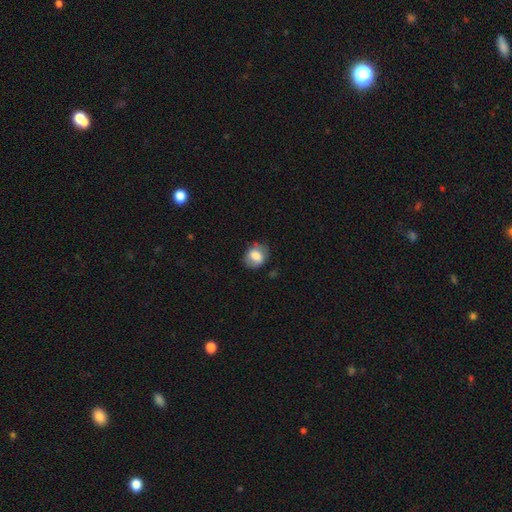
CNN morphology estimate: smooth_or_featured: smooth (p=0.78) [alt: featured or disk p=0.15]
how_rounded: round (p=0.53) [alt: in between p=0.46]
merging: none (p=0.70) [alt: minor disturbance p=0.22]